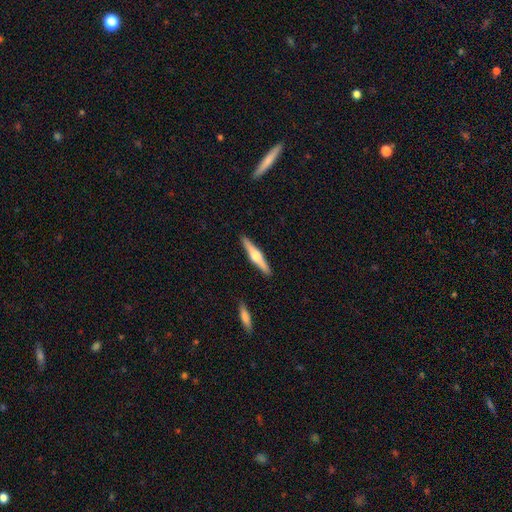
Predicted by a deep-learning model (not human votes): smooth-or-featured: featured or disk: 67% | smooth: 28% | star or artifact: 5%
  disk-edge-on: yes: 98% | no: 2%
    edge-on-bulge: rounded: 92% | boxy: 6% | none: 3%
  merging: none: 91% | minor disturbance: 6% | merger: 1% | major disturbance: 1%